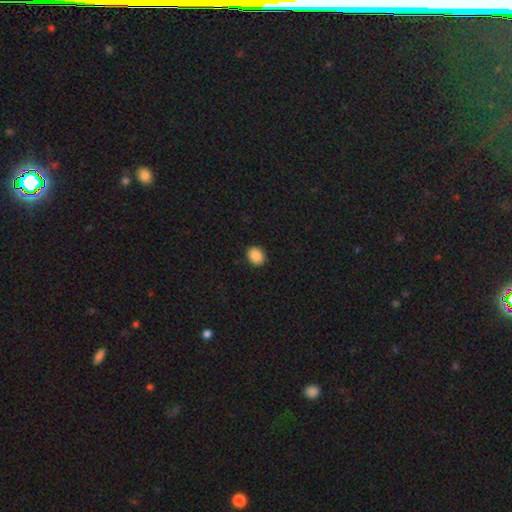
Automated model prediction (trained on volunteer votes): A smooth galaxy with no disk features (89%) that is round (54%). Merging: none (90%).